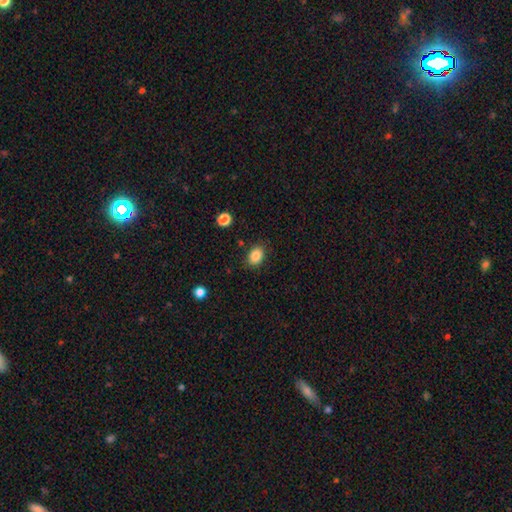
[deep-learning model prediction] Morphology: type=smooth (86%); roundness=in between (72%); merging=none (85%).